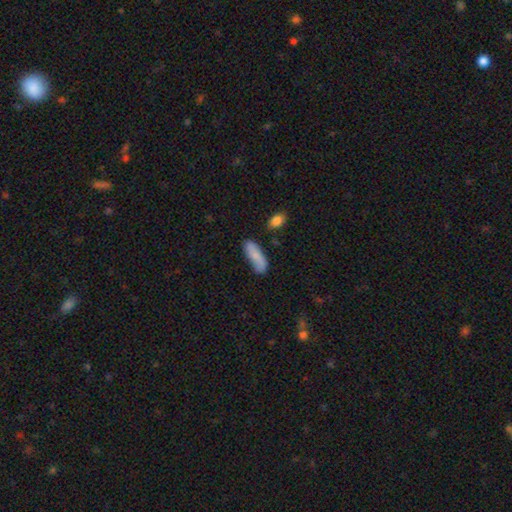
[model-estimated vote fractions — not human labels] A smooth galaxy with no disk features (75%) that is in between round and cigar-shaped (64%). Merging: none (62%).